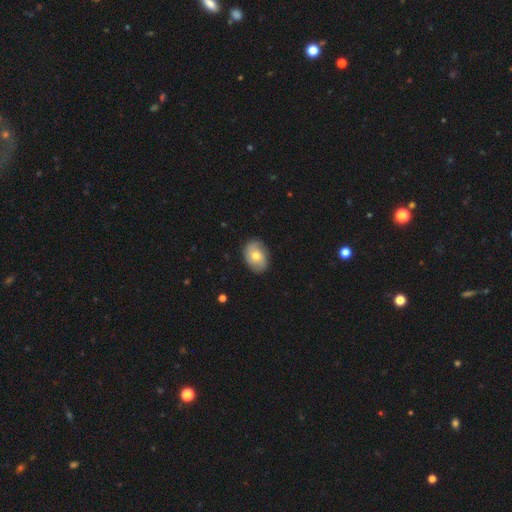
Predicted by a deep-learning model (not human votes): Smooth or featured?
  - smooth: 56% *
  - featured or disk: 37%
  - star or artifact: 7%
How rounded?
  - in between: 74% *
  - round: 25%
  - cigar-shaped: 1%
Merging?
  - none: 82% *
  - minor disturbance: 14%
  - major disturbance: 3%
  - merger: 1%